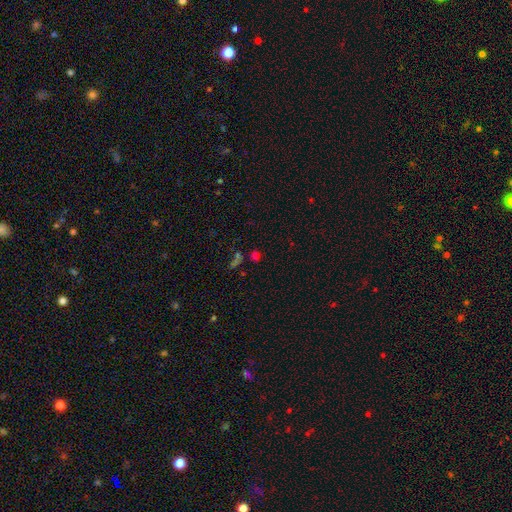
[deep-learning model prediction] Smooth or featured: smooth — 48% (star or artifact — 42%)
Merging: none — 56% (merger — 26%)